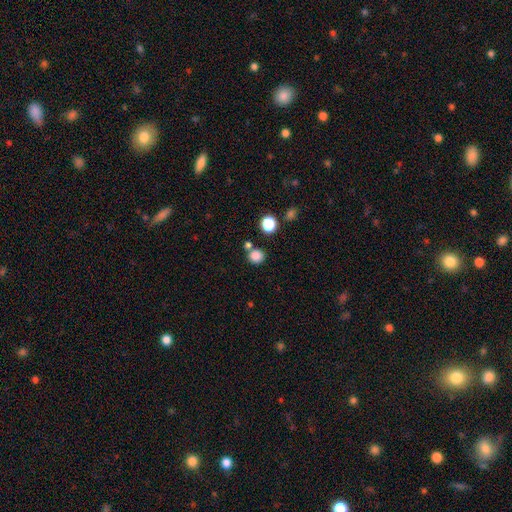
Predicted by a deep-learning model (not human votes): Smooth or featured: smooth — 83% (star or artifact — 13%)
How rounded: round — 87% (in between — 12%)
Merging: none — 72% (merger — 15%)